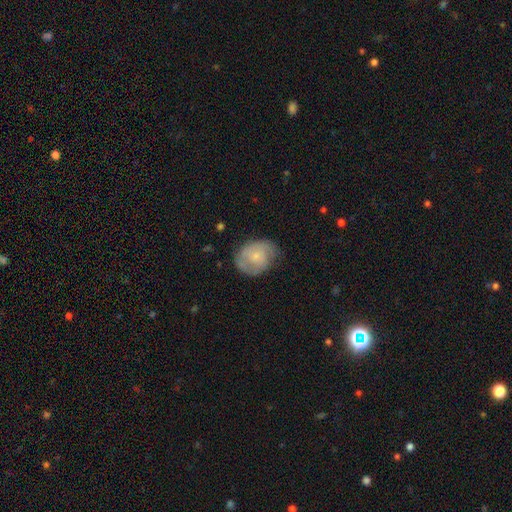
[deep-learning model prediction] Overall: featured or disk (47%; smooth 46%). Merging: none (59%; minor disturbance 28%).